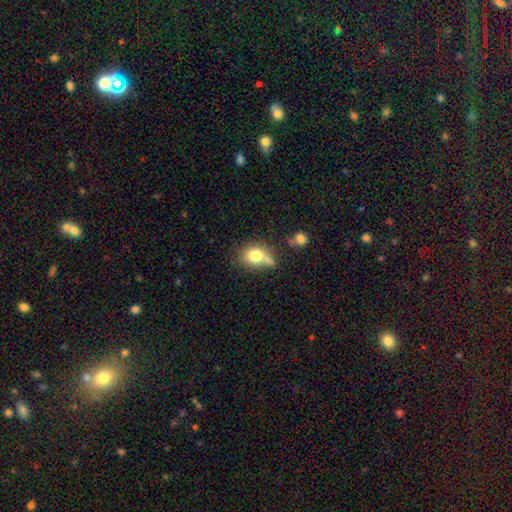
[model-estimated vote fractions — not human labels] smooth_or_featured: smooth (p=0.77) [alt: featured or disk p=0.13]
how_rounded: in between (p=0.51) [alt: round p=0.47]
merging: none (p=0.46) [alt: minor disturbance p=0.24]